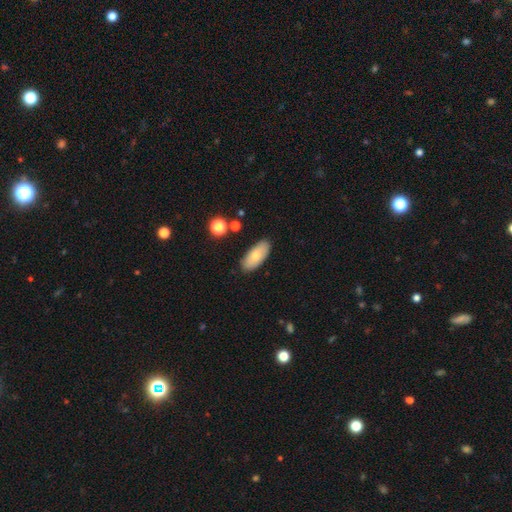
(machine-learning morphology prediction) A smooth galaxy with no disk features (74%) that is in between round and cigar-shaped (89%). Merging: none (85%).